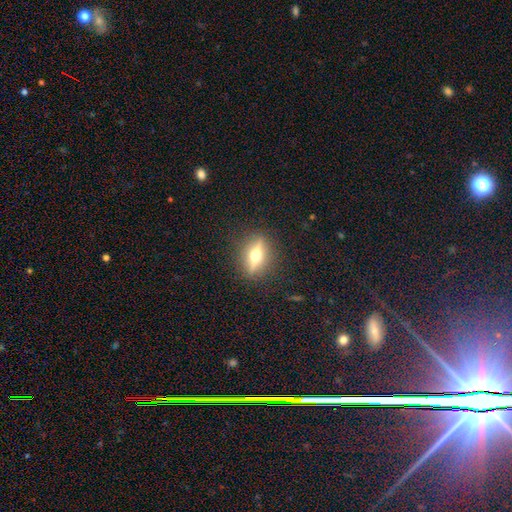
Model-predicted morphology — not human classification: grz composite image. It shows a featured or disk galaxy (66%) viewed edge-on (86%) with a rounded central bulge (96%). Merging: none (87%).